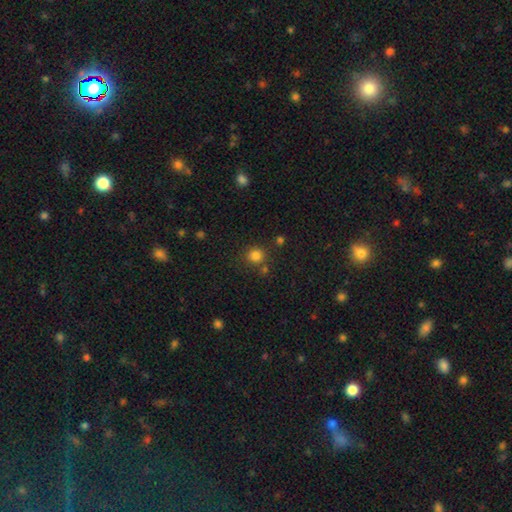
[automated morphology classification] smooth-or-featured: smooth: 81% | star or artifact: 14% | featured or disk: 5%
  how-rounded: round: 90% | in between: 9% | cigar-shaped: 1%
  merging: none: 77% | merger: 10% | minor disturbance: 9% | major disturbance: 4%